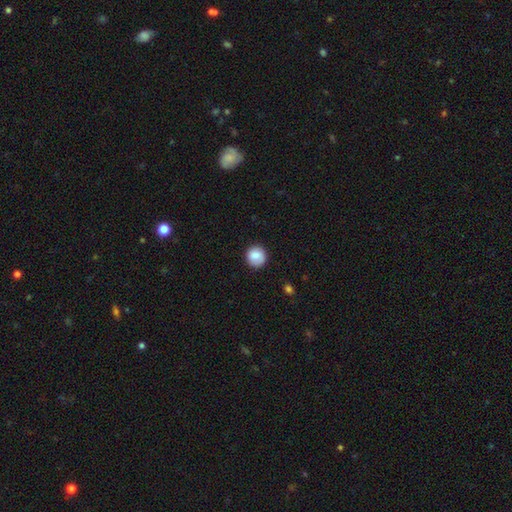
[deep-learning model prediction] smooth 85%, star or artifact 8%, featured or disk 7%. Down the decision tree: how rounded — round (91%); merging — none (85%).